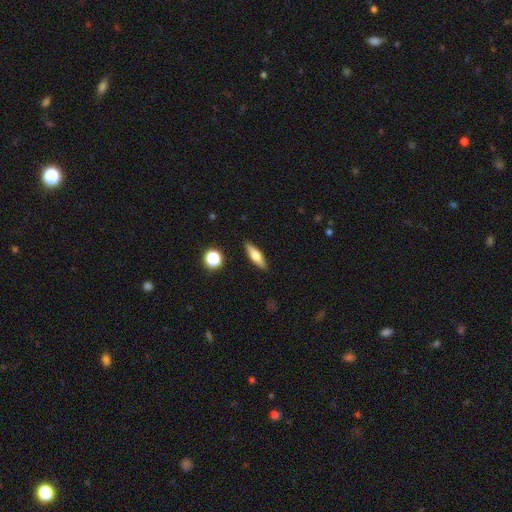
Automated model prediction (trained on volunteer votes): Smooth or featured?
  - smooth: 59% *
  - featured or disk: 34%
  - star or artifact: 8%
How rounded?
  - cigar-shaped: 57% *
  - in between: 39%
  - round: 4%
Merging?
  - none: 88% *
  - minor disturbance: 8%
  - major disturbance: 2%
  - merger: 2%